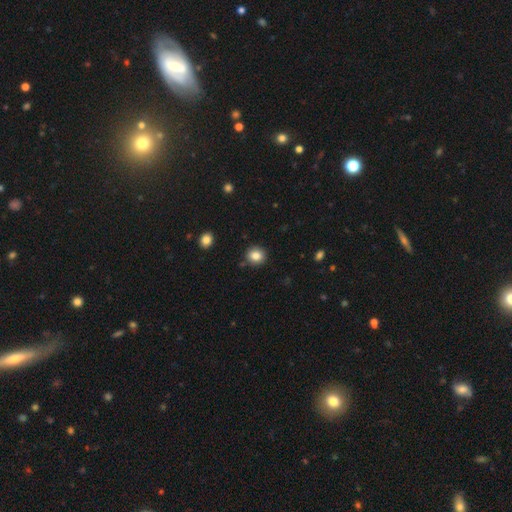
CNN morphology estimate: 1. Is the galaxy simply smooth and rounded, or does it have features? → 84% smooth, 10% star or artifact, 6% featured or disk.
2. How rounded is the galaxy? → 86% round, 13% in between, 1% cigar-shaped.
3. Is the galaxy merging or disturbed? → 88% none, 7% minor disturbance, 2% merger, 2% major disturbance.